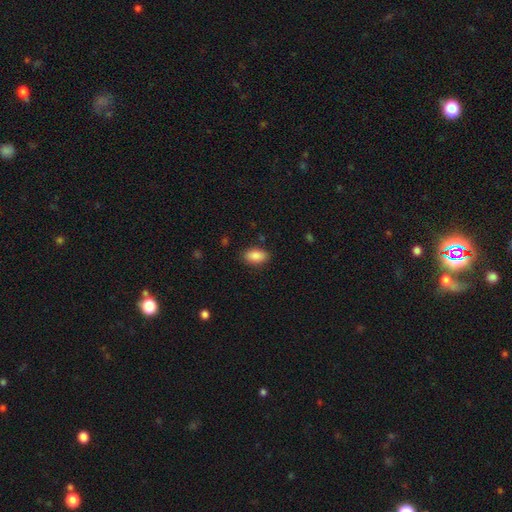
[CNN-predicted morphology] Smooth or featured? Predicted: smooth (p=0.88). How rounded? Predicted: in between (p=0.92). Merging? Predicted: none (p=0.85).